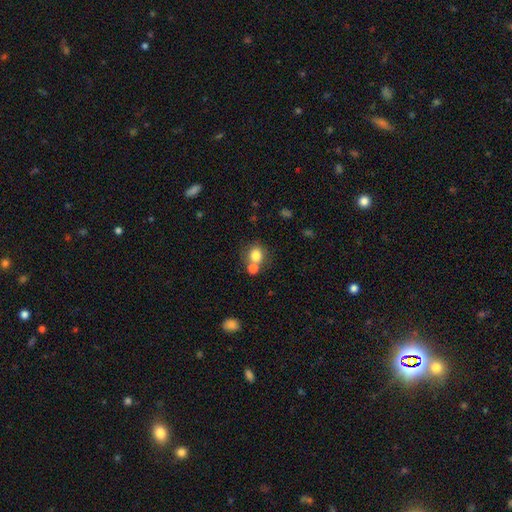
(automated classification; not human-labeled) This is likely a smooth galaxy (80%). How rounded: likely round (77%). Merging: possibly none (54%).